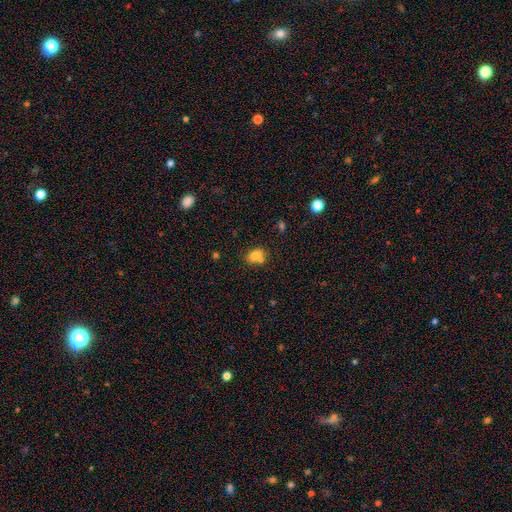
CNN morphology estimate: This appears to be a smooth galaxy with no disk features (77%) that is in between round and cigar-shaped (68%). Merging: none (54%).